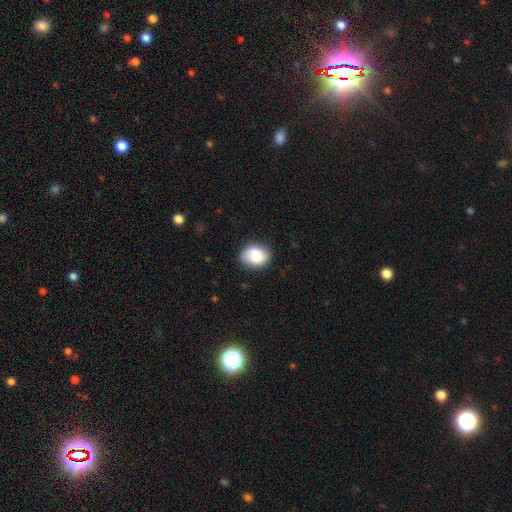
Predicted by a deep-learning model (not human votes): Morphology: type=smooth (78%); roundness=in between (57%); merging=none (80%).